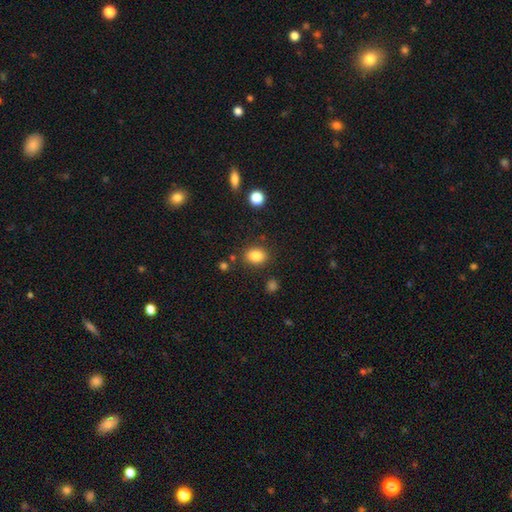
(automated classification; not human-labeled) A smooth galaxy with no disk features (85%) that is in between round and cigar-shaped (59%). Merging: none (83%).